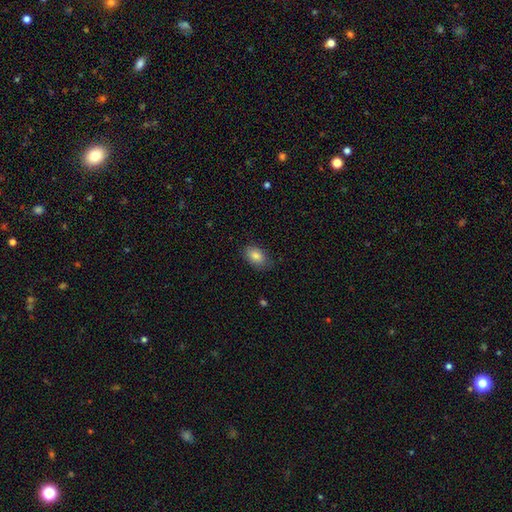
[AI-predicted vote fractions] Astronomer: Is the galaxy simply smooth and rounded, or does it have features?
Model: smooth — 83%.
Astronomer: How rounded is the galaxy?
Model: in between — 88%.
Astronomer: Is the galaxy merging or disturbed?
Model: none — 78%.